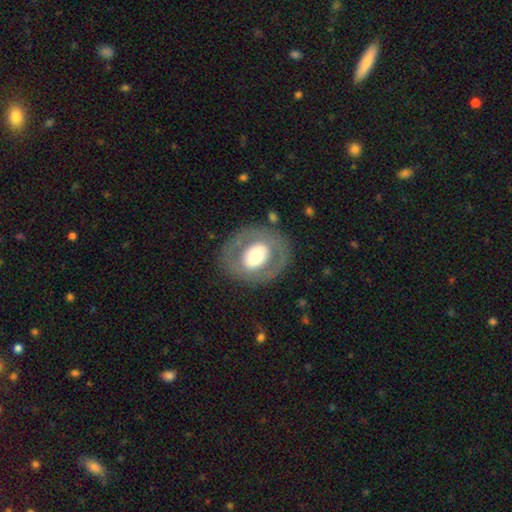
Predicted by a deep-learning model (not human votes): Smooth or featured?
  - featured or disk: 50% *
  - smooth: 43%
  - star or artifact: 6%
Edge-on disk?
  - no: 94% *
  - yes: 6%
Merging?
  - none: 79% *
  - minor disturbance: 11%
  - major disturbance: 9%
  - merger: 1%